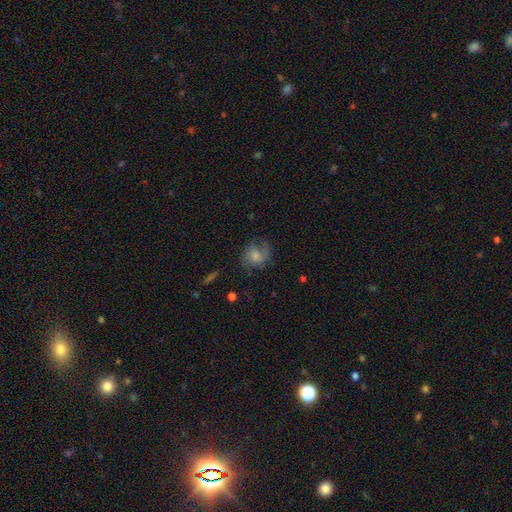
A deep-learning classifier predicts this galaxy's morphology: Smooth or featured? smooth (49%)
Merging? none (57%)